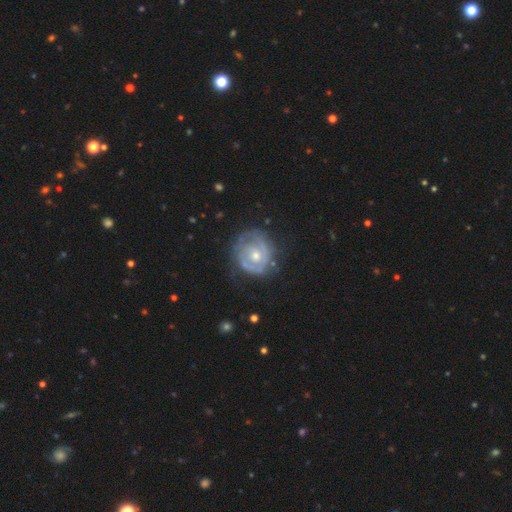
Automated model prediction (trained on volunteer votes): The model was most divided on "spiral arm count": 2: 42%, can't tell: 34%, 3: 10%, 1: 8%, 4: 3%, more than 4: 3%. More confident: edge-on disk — no (98%); spiral arms — yes (81%); smooth or featured — featured or disk (79%); bar — no (72%); merging — none (68%); spiral winding — tight (68%); bulge size — moderate (57%).